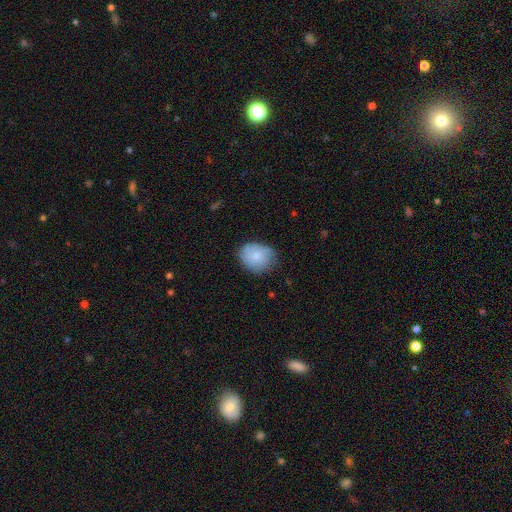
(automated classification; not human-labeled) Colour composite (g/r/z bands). It shows a smooth galaxy with no disk features (76%) that is round (55%). Merging: none (66%).